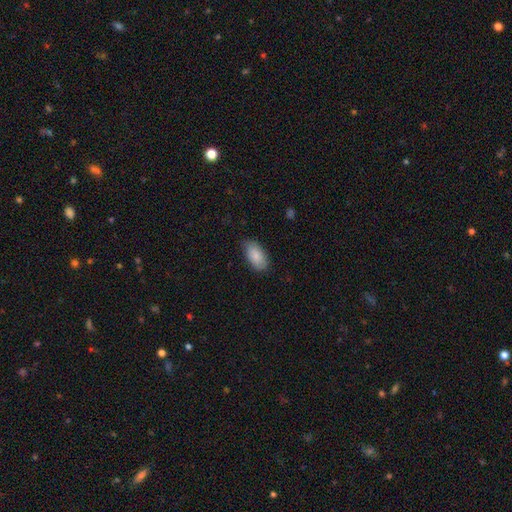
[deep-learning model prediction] The model was most divided on "merging": none: 80%, minor disturbance: 16%, major disturbance: 3%, merger: 1%. More confident: how rounded — in between (94%); smooth or featured — smooth (86%).